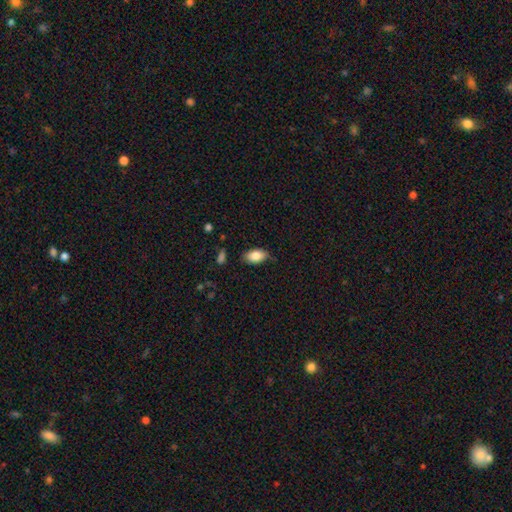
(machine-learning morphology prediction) smooth_or_featured: smooth (p=0.83) [alt: featured or disk p=0.09]
how_rounded: in between (p=0.92) [alt: round p=0.05]
merging: none (p=0.77) [alt: minor disturbance p=0.19]